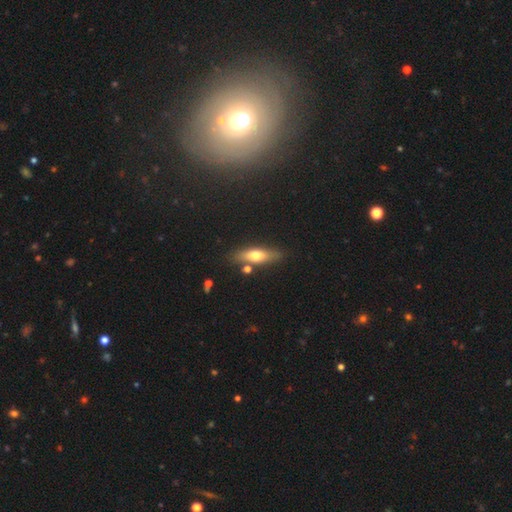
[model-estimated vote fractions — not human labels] Overall: smooth (54%; featured or disk 39%). How rounded: cigar-shaped (55%; in between 41%). Merging: none (80%).